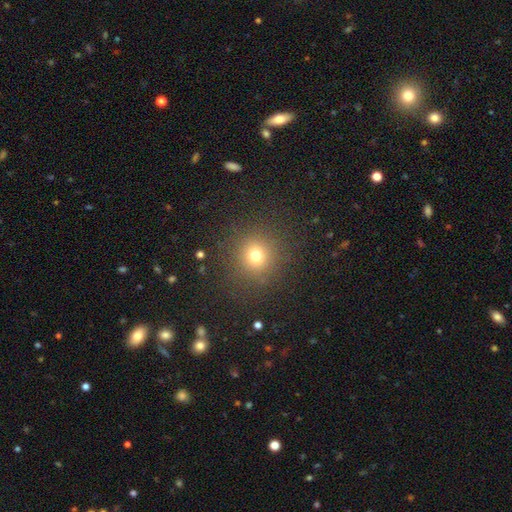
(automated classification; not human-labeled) A smooth galaxy with no disk features (72%) that is round (92%). Merging: none (87%).